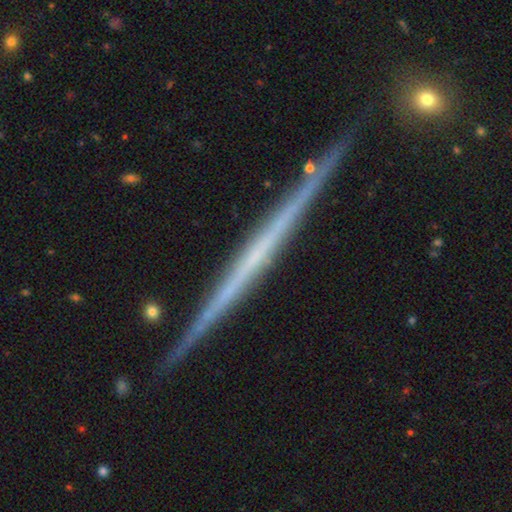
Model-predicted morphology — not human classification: smooth-or-featured: featured or disk: 75% | smooth: 19% | star or artifact: 7%
  disk-edge-on: yes: 98% | no: 2%
    edge-on-bulge: none: 91% | rounded: 5% | boxy: 4%
  merging: none: 89% | minor disturbance: 8% | merger: 1% | major disturbance: 1%